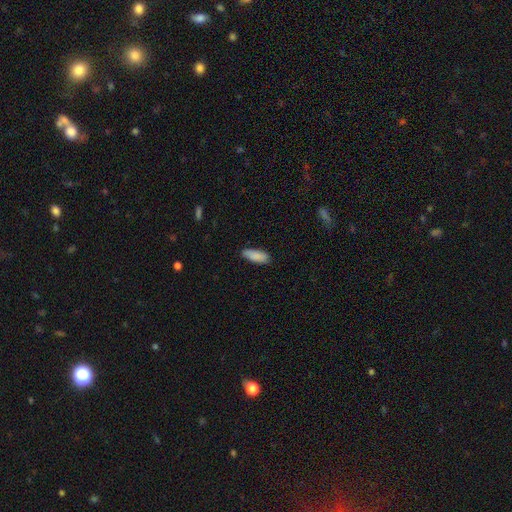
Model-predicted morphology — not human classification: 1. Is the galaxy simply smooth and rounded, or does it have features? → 88% smooth, 6% star or artifact, 5% featured or disk.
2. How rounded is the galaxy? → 69% in between, 30% cigar-shaped, 2% round.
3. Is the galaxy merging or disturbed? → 83% none, 14% minor disturbance, 2% major disturbance, 1% merger.